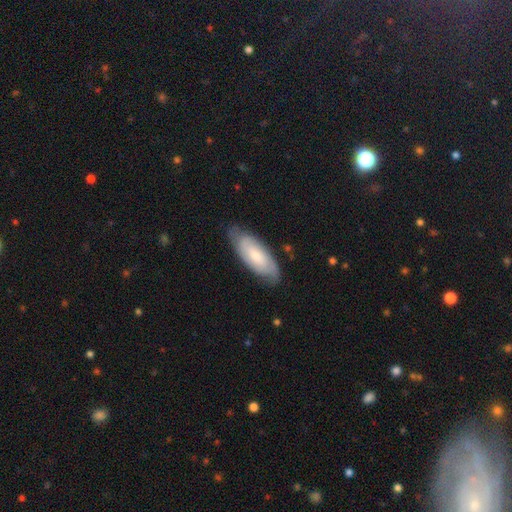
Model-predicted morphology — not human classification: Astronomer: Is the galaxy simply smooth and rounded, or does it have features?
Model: featured or disk — 49% (runner-up: smooth, 46%).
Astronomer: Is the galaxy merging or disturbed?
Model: none — 74%.